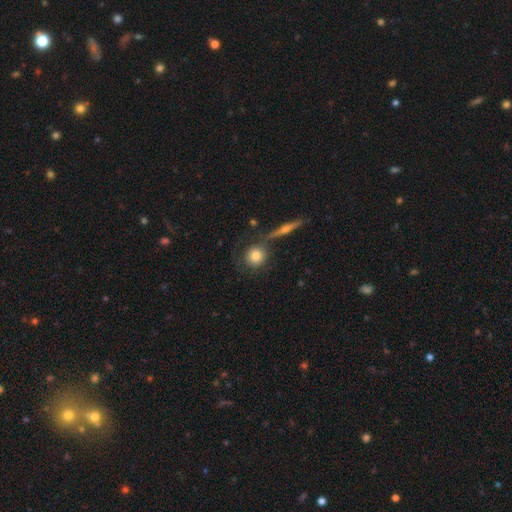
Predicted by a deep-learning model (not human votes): smooth 75%, featured or disk 17%, star or artifact 8%. Down the decision tree: how rounded — round (90%); merging — none (69%).